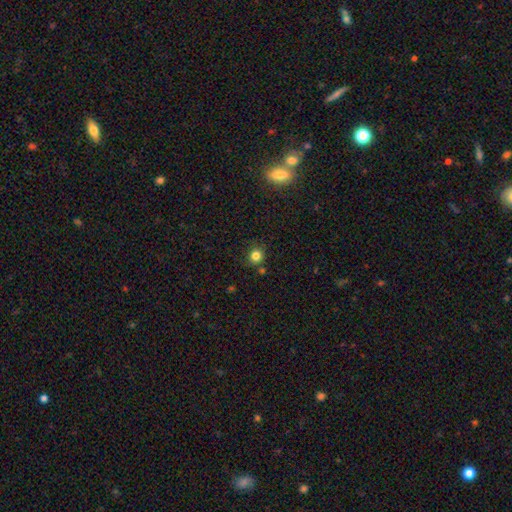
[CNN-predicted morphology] Overall: smooth (81%). How rounded: round (88%). Merging: none (79%).